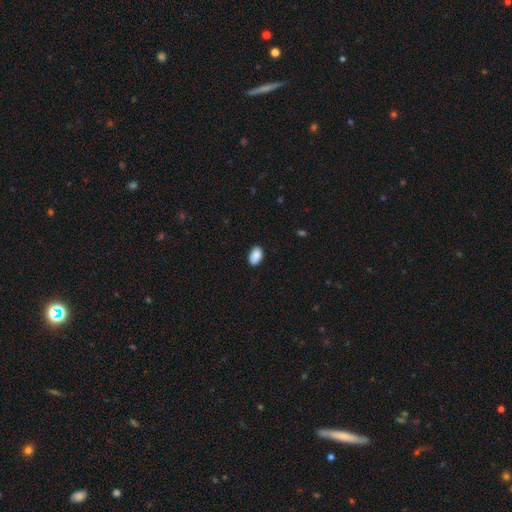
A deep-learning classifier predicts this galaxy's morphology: Smooth or featured? Predicted: smooth (p=0.89). How rounded? Predicted: in between (p=0.92). Merging? Predicted: none (p=0.86).